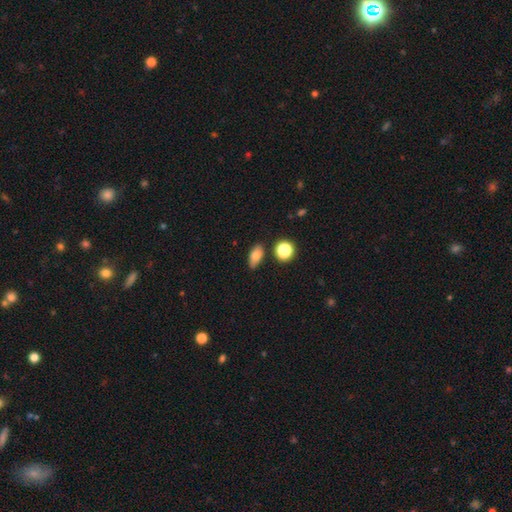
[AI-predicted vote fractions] The model was most divided on "smooth or featured": smooth: 76%, featured or disk: 13%, star or artifact: 10%. More confident: merging — none (83%); how rounded — in between (82%).